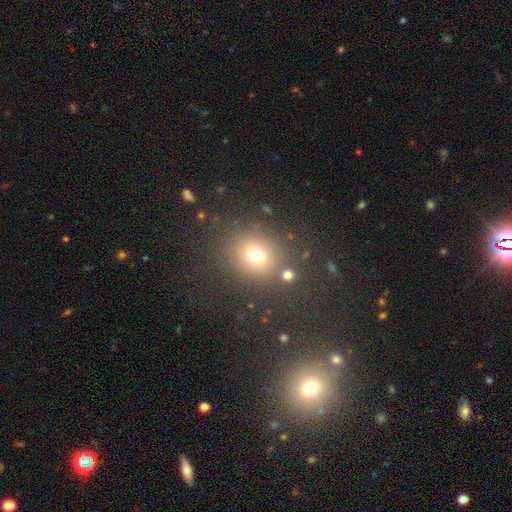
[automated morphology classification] This is likely a smooth galaxy (72%). How rounded: likely round (78%). Merging: likely none (78%).